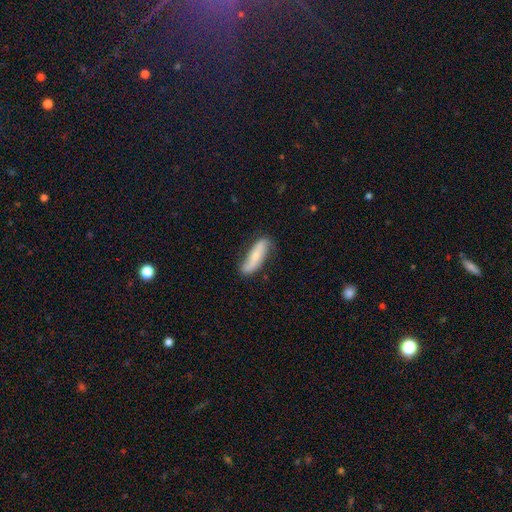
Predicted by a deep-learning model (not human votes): Smooth or featured? Predicted: smooth (p=0.50). How rounded? Predicted: cigar-shaped (p=0.64). Merging? Predicted: none (p=0.75).